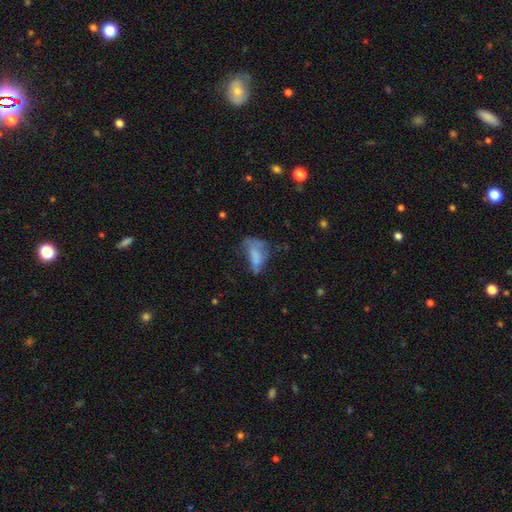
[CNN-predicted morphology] smooth_or_featured: smooth (p=0.56) [alt: featured or disk p=0.30]
how_rounded: in between (p=0.78) [alt: cigar-shaped p=0.17]
merging: major disturbance (p=0.39) [alt: none p=0.27]